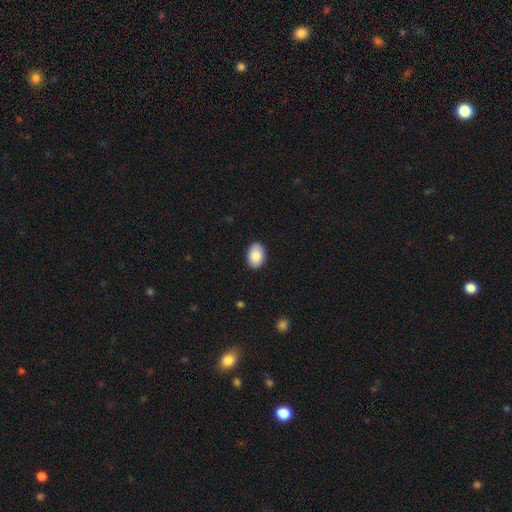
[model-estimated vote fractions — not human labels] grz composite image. It shows a smooth galaxy with no disk features (87%) that is in between round and cigar-shaped (87%). Merging: none (89%).